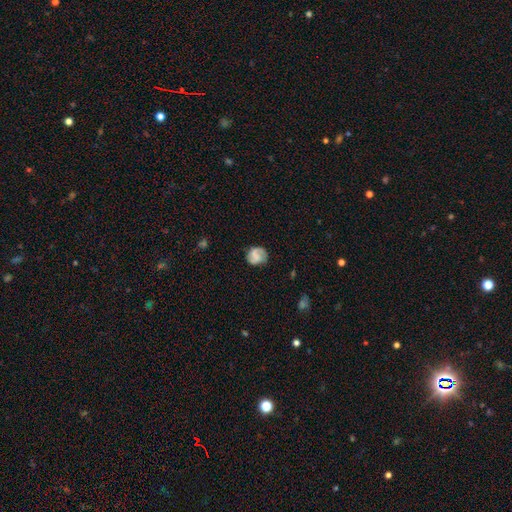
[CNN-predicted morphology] Smooth or featured? Predicted: featured or disk (p=0.52). Edge-on disk? Predicted: no (p=0.98). Bar? Predicted: no (p=0.52). Spiral arms? Predicted: yes (p=0.86). Bulge size? Predicted: none (p=0.45). Merging? Predicted: none (p=0.70).